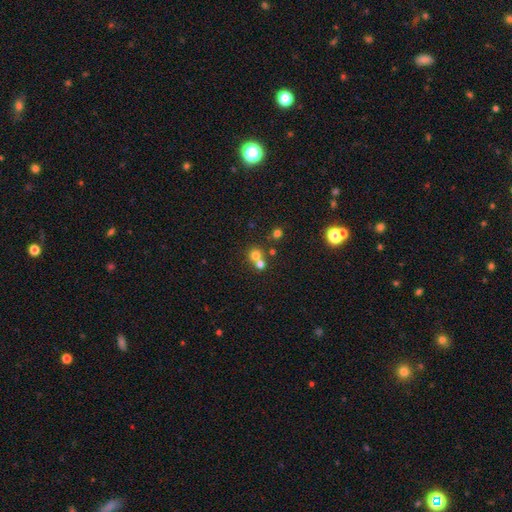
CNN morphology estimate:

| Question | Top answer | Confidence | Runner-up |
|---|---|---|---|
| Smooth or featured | smooth | 70% | star or artifact (17%) |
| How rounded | round | 87% | in between (12%) |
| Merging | merger | 48% | none (44%) |